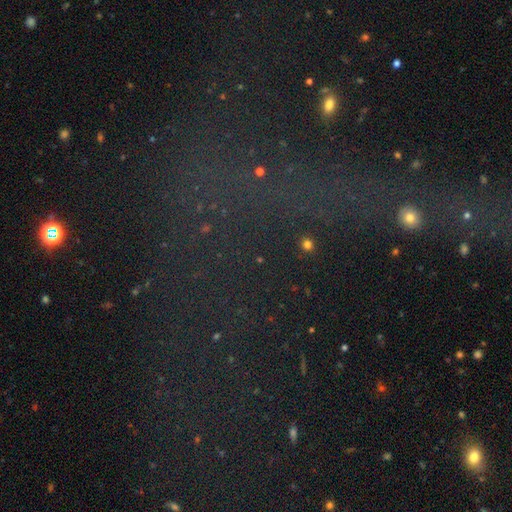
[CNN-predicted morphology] A star or artifact, not a galaxy (66%).

Vote fractions:
- Smooth or featured? star or artifact: 66% / smooth: 18% / featured or disk: 16%